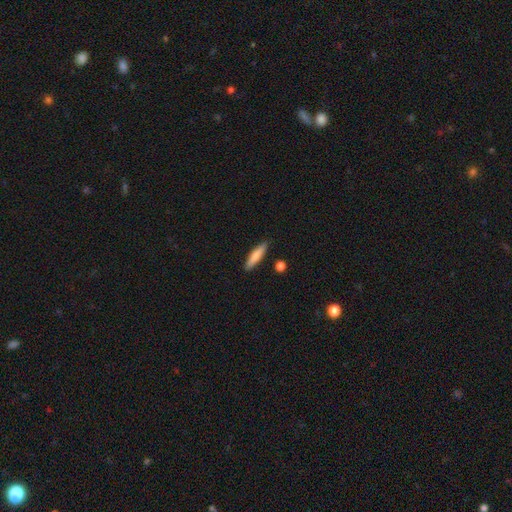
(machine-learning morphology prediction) Smooth or featured?
  - smooth: 77% *
  - featured or disk: 17%
  - star or artifact: 6%
How rounded?
  - cigar-shaped: 81% *
  - in between: 17%
  - round: 2%
Merging?
  - none: 86% *
  - minor disturbance: 9%
  - merger: 2%
  - major disturbance: 2%